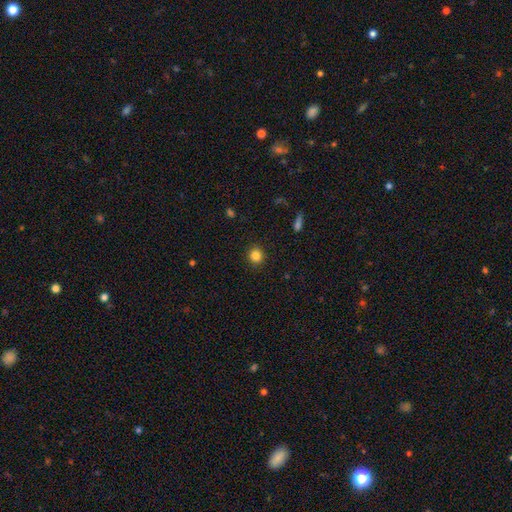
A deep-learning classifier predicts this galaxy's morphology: smooth-or-featured: smooth: 84% | star or artifact: 12% | featured or disk: 5%
  how-rounded: round: 89% | in between: 10% | cigar-shaped: 1%
  merging: none: 91% | minor disturbance: 6% | major disturbance: 2% | merger: 1%